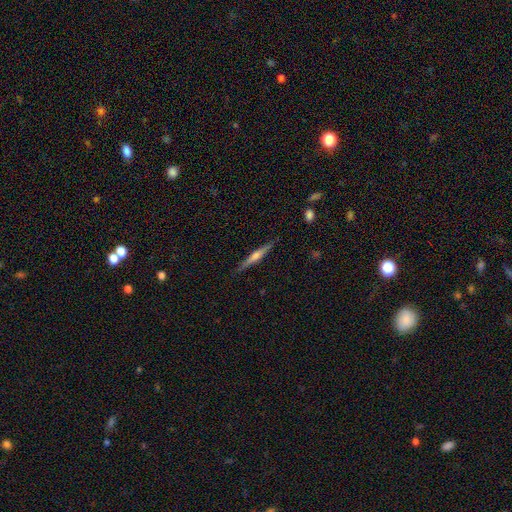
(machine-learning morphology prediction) type=featured or disk (62%); edge-on=yes (98%); edge-on bulge=rounded (76%); merging=none (89%).